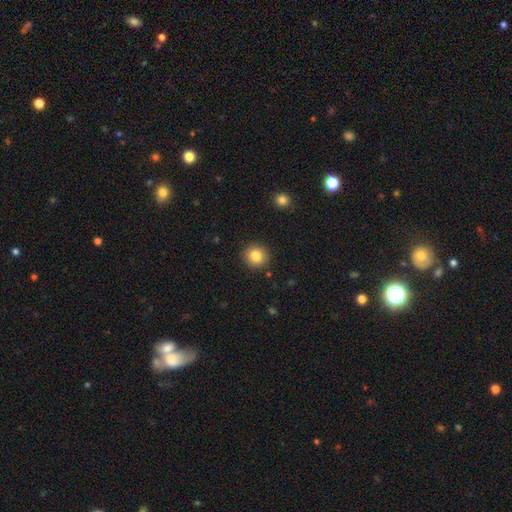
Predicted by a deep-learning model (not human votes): A smooth galaxy with no disk features (82%) that is round (93%). Merging: none (91%).